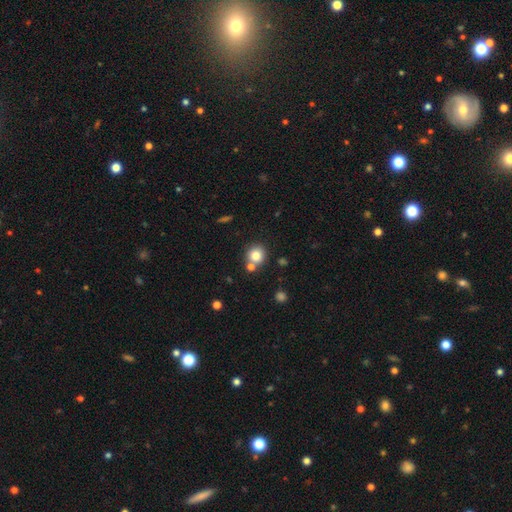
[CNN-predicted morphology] Smooth or featured?
  - smooth: 80% *
  - star or artifact: 11%
  - featured or disk: 8%
How rounded?
  - round: 88% *
  - in between: 11%
  - cigar-shaped: 1%
Merging?
  - none: 67% *
  - merger: 21%
  - minor disturbance: 9%
  - major disturbance: 3%